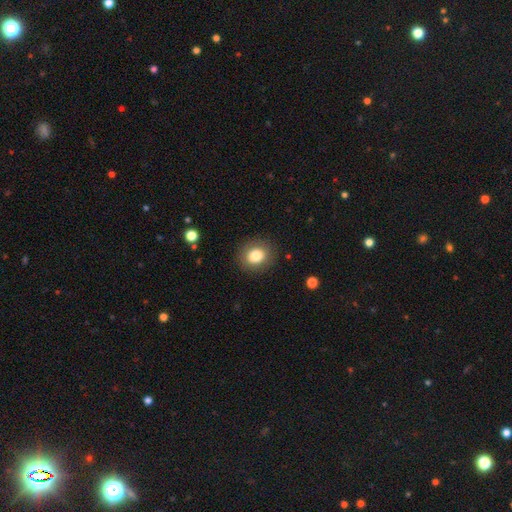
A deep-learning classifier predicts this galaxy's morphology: Smooth or featured?
  - smooth: 80% *
  - featured or disk: 10%
  - star or artifact: 10%
How rounded?
  - round: 73% *
  - in between: 26%
  - cigar-shaped: 1%
Merging?
  - none: 88% *
  - minor disturbance: 8%
  - major disturbance: 3%
  - merger: 1%